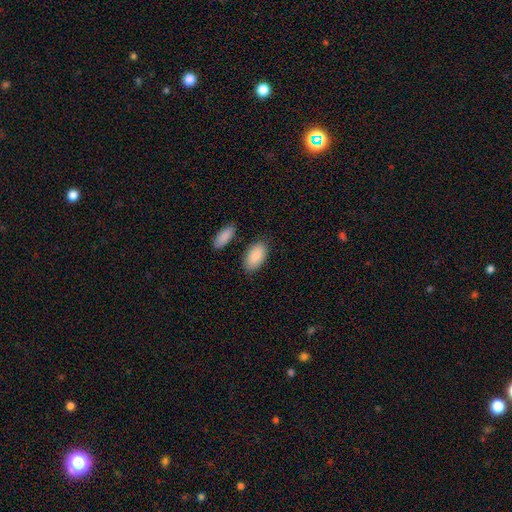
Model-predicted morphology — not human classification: type=smooth (89%); roundness=in between (95%); merging=none (81%).